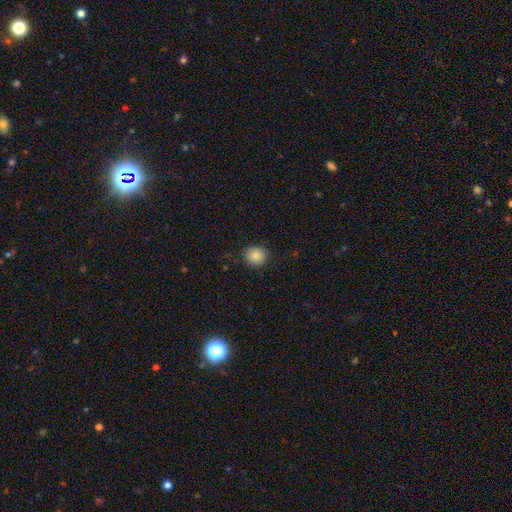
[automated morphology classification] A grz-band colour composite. It shows a smooth galaxy with no disk features (86%) that is round (88%). Merging: none (86%).